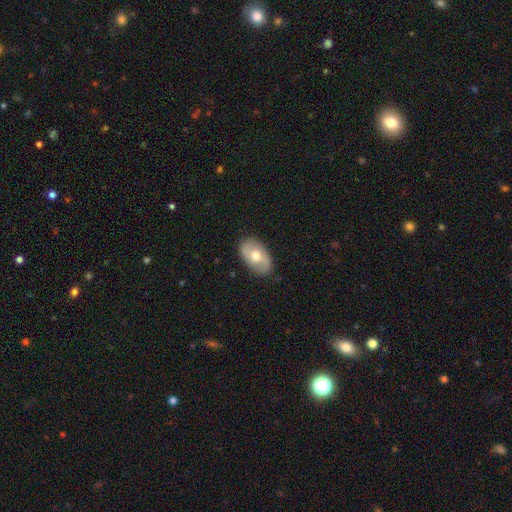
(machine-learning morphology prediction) Smooth or featured? smooth (48%)
Merging? none (84%)